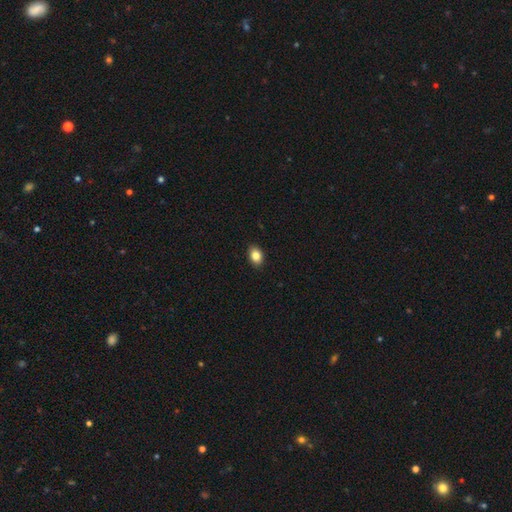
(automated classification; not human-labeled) This appears to be a smooth galaxy with no disk features (84%) that is in between round and cigar-shaped (75%). Merging: none (90%).